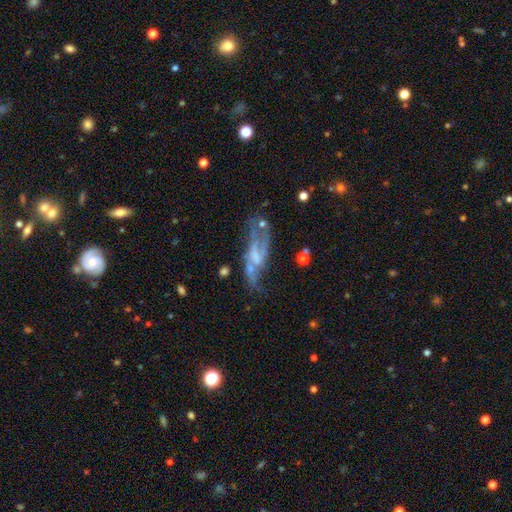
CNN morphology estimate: A featured or disk galaxy (67%) with no bar (47%), spiral arms (58%) and no central bulge (49%). Merging: none (37%).